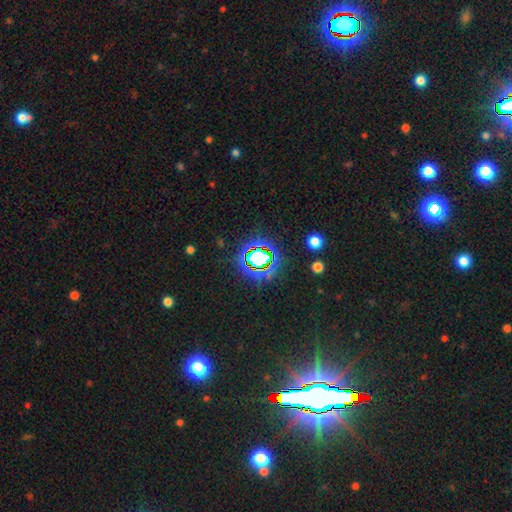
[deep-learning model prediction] The model was most divided on "smooth or featured": star or artifact: 67%, smooth: 22%, featured or disk: 11%.